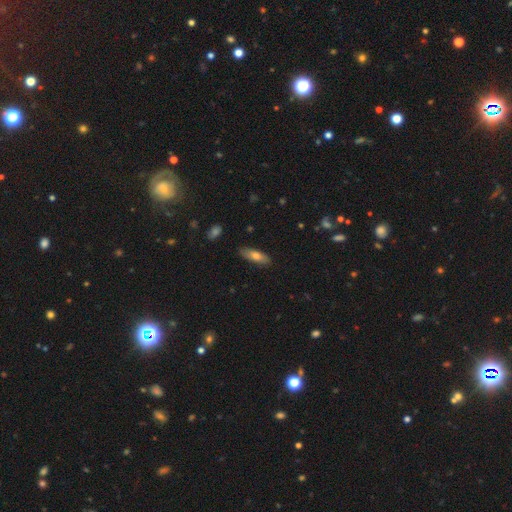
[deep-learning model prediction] Overall: smooth (69%). How rounded: in between (53%; cigar-shaped 45%). Merging: none (85%).